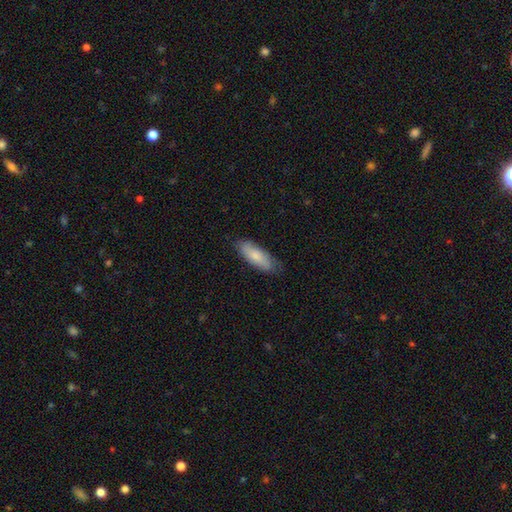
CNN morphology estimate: Smooth or featured?
  - smooth: 79% *
  - featured or disk: 16%
  - star or artifact: 5%
How rounded?
  - in between: 64% *
  - cigar-shaped: 34%
  - round: 2%
Merging?
  - none: 78% *
  - minor disturbance: 18%
  - major disturbance: 3%
  - merger: 1%